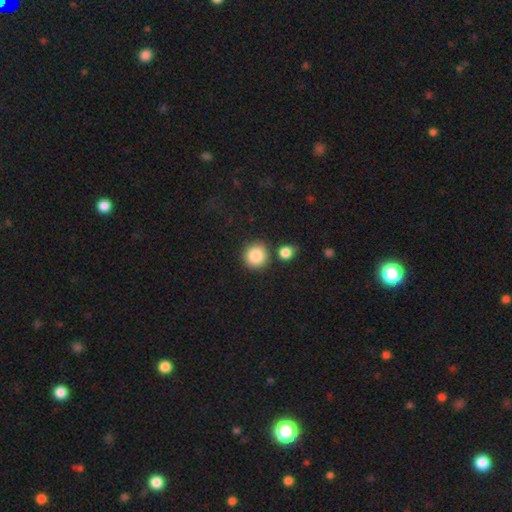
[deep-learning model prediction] Smooth or featured?
  - smooth: 86% *
  - star or artifact: 8%
  - featured or disk: 5%
How rounded?
  - round: 92% *
  - in between: 7%
  - cigar-shaped: 1%
Merging?
  - none: 79% *
  - merger: 10%
  - minor disturbance: 9%
  - major disturbance: 3%